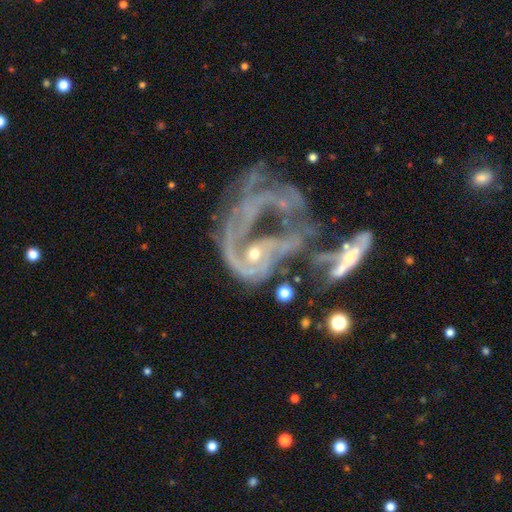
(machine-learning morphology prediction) Smooth or featured? featured or disk (79%)
Edge-on disk? no (96%)
Bar? no (74%)
Spiral arms? yes (70%)
Spiral winding? loose (50%)
Spiral arm count? 2 (34%)
Bulge size? small (48%)
Merging? merger (54%)